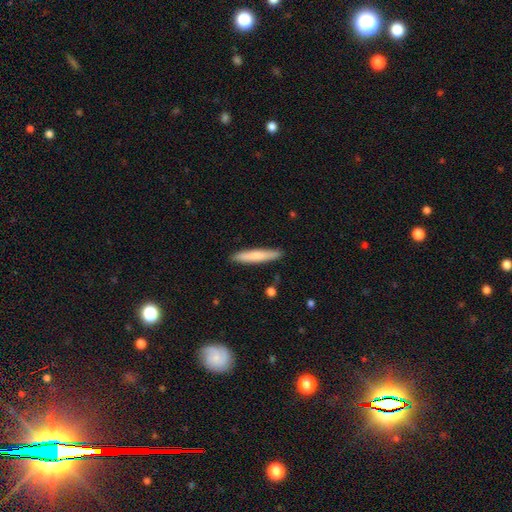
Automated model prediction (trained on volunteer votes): Morphology: type=smooth (71%); roundness=cigar-shaped (93%); merging=none (90%).